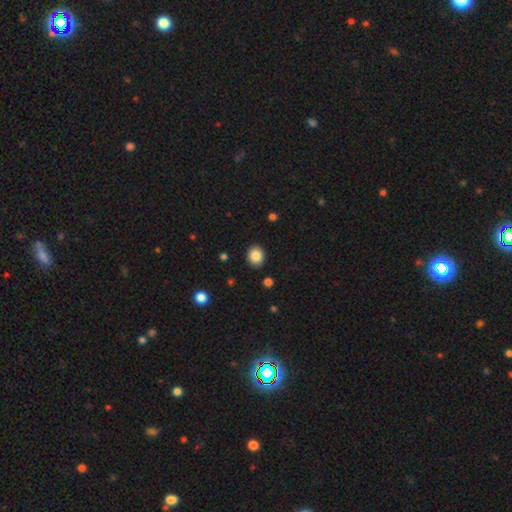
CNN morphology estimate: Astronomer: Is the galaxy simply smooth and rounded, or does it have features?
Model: smooth — 86%.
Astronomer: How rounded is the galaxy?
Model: round — 68%.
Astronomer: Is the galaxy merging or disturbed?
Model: none — 90%.